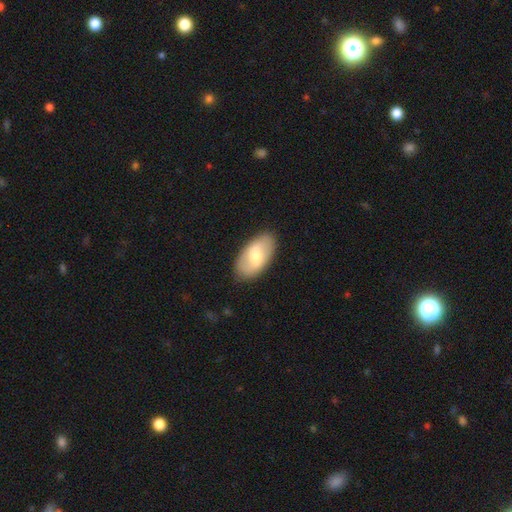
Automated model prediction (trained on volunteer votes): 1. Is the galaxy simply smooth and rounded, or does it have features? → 58% smooth, 36% featured or disk, 6% star or artifact.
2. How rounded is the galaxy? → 94% in between, 3% round, 3% cigar-shaped.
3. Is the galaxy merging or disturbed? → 85% none, 11% minor disturbance, 3% major disturbance, 1% merger.